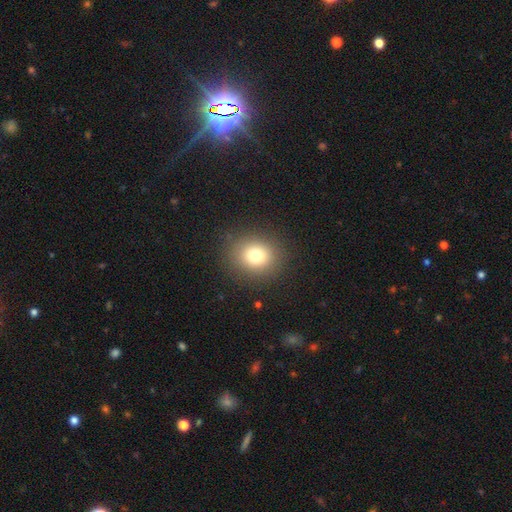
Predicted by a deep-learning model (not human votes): The model was most divided on "how rounded": round: 74%, in between: 25%, cigar-shaped: 1%. More confident: merging — none (88%); smooth or featured — smooth (78%).